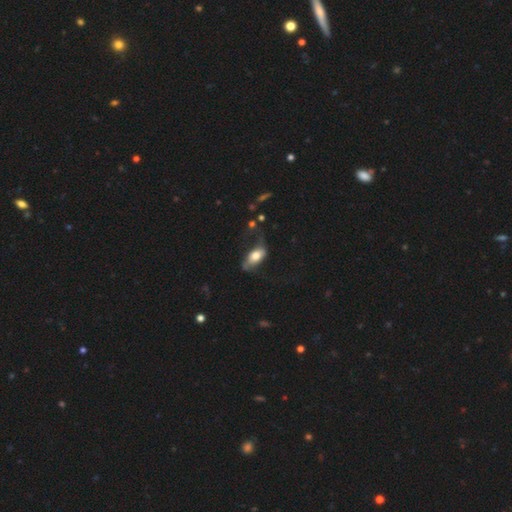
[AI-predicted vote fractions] This appears to be a smooth galaxy with no disk features (66%) that is in between round and cigar-shaped (87%). Merging: none (40%).